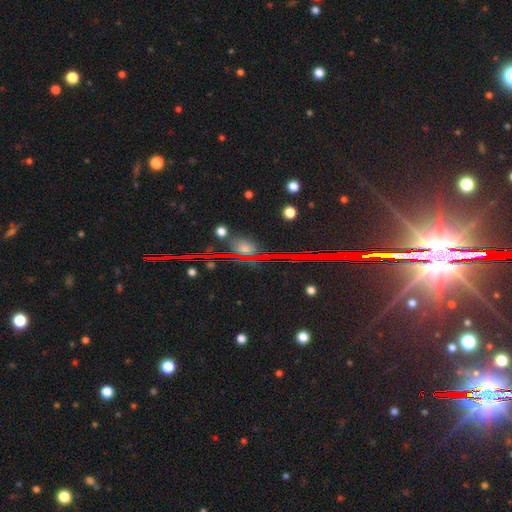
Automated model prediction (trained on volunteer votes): This is clearly a star or artifact rather than a galaxy (83%).